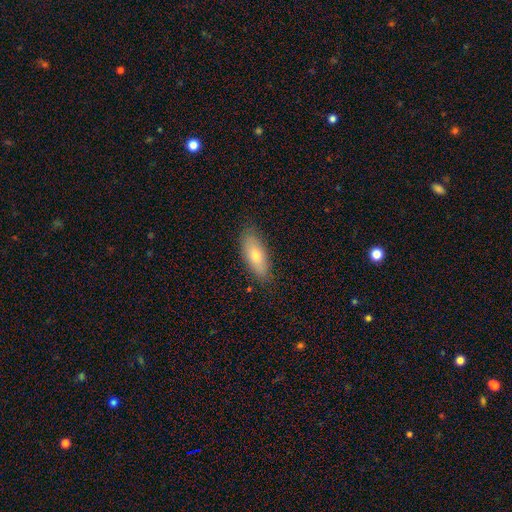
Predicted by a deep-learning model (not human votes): The model was most divided on "smooth or featured": smooth: 69%, featured or disk: 24%, star or artifact: 7%. More confident: merging — none (84%); how rounded — in between (74%).